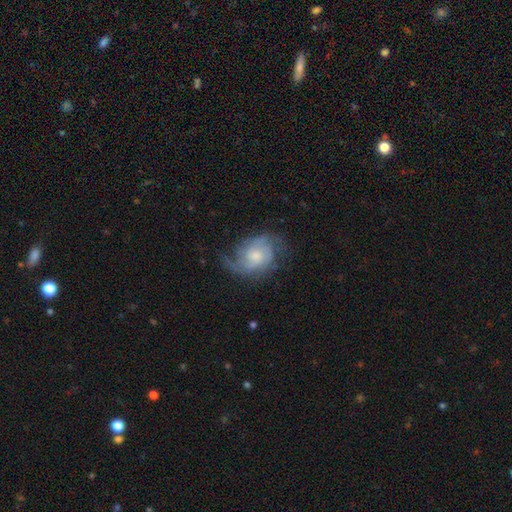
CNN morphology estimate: Q: Smooth or featured?
A: featured or disk (75%); runner-up: smooth (18%)
Q: Edge-on disk?
A: no (97%); runner-up: yes (3%)
Q: Bar?
A: no (67%); runner-up: weak (29%)
Q: Spiral arms?
A: yes (92%); runner-up: no (8%)
Q: Spiral winding?
A: medium (43%); runner-up: tight (33%)
Q: Spiral arm count?
A: 2 (48%); runner-up: can't tell (22%)
Q: Bulge size?
A: moderate (50%); runner-up: small (32%)
Q: Merging?
A: none (60%); runner-up: minor disturbance (23%)